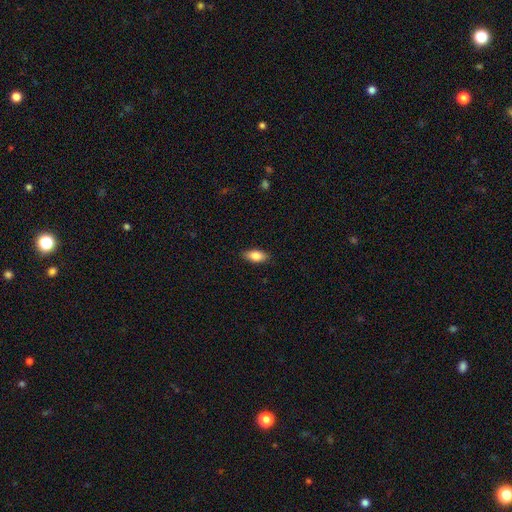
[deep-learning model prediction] This is clearly a smooth galaxy (82%). How rounded: clearly in between (86%). Merging: clearly none (88%).